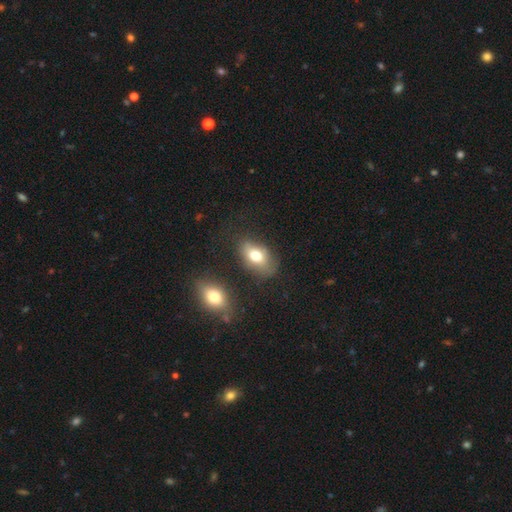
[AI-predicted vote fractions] smooth_or_featured: smooth (p=0.73) [alt: featured or disk p=0.18]
how_rounded: in between (p=0.87) [alt: round p=0.11]
merging: none (p=0.63) [alt: minor disturbance p=0.22]